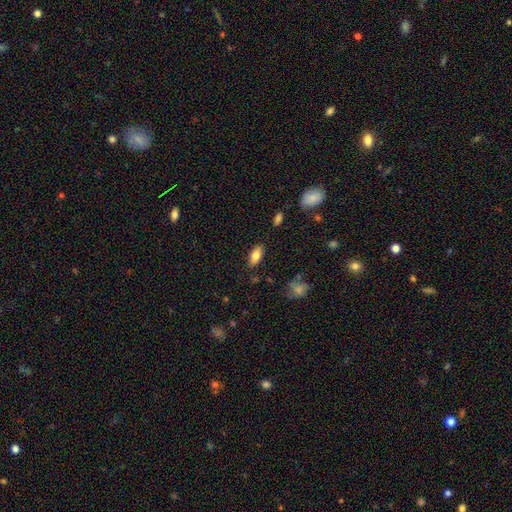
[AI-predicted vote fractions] A smooth galaxy with no disk features (80%) that is in between round and cigar-shaped (87%).

Vote fractions:
- Smooth or featured? smooth: 80% / featured or disk: 12% / star or artifact: 8%
- How rounded? in between: 87% / cigar-shaped: 10% / round: 3%
- Merging? none: 85% / minor disturbance: 11% / major disturbance: 3% / merger: 2%